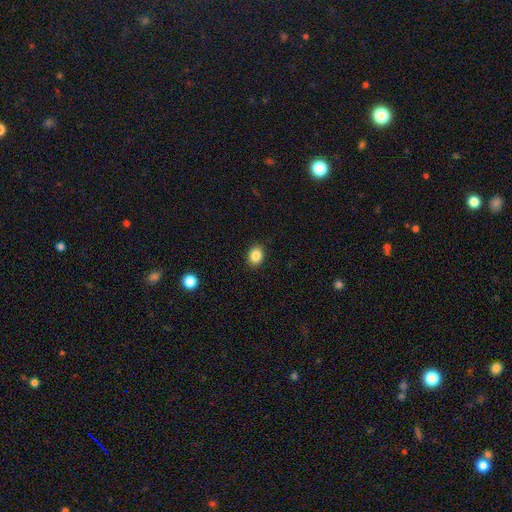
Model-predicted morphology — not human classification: A smooth galaxy with no disk features (86%) that is in between round and cigar-shaped (54%). Merging: none (90%).